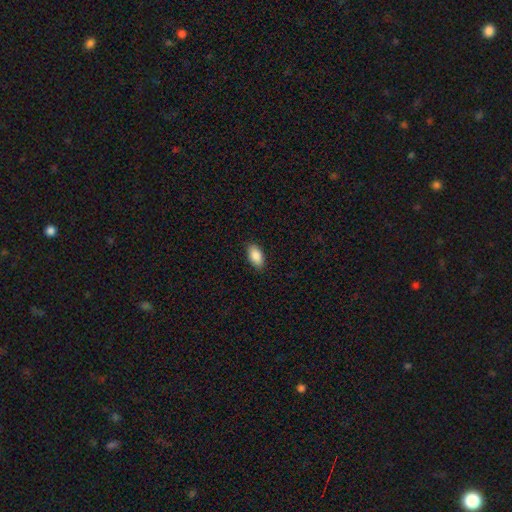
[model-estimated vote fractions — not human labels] This is clearly a smooth galaxy (90%). How rounded: clearly in between (94%). Merging: clearly none (87%).